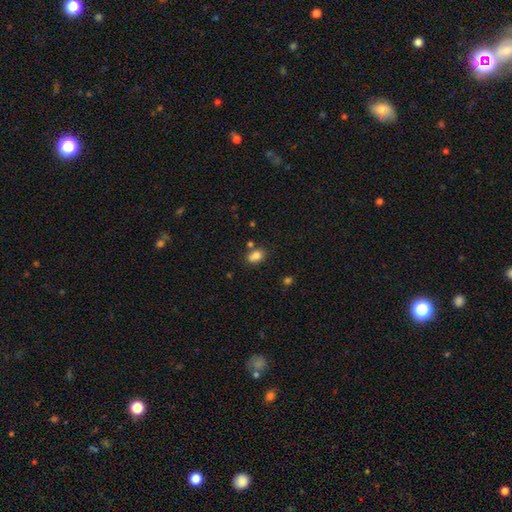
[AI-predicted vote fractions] Smooth or featured? Predicted: smooth (p=0.81). How rounded? Predicted: in between (p=0.76). Merging? Predicted: none (p=0.63).